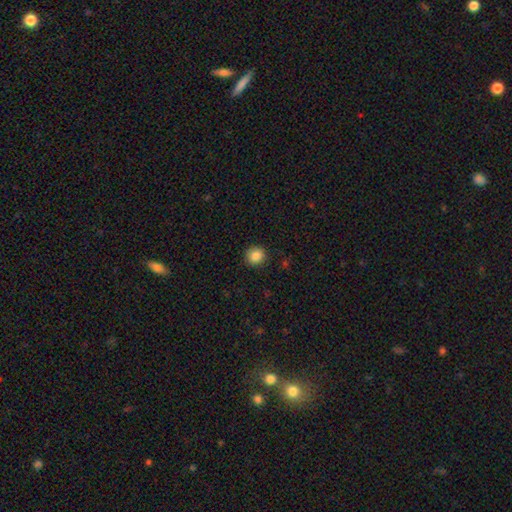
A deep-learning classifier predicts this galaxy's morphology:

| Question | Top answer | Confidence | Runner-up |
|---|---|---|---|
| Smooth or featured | smooth | 86% | star or artifact (10%) |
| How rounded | round | 89% | in between (10%) |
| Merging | none | 91% | minor disturbance (6%) |